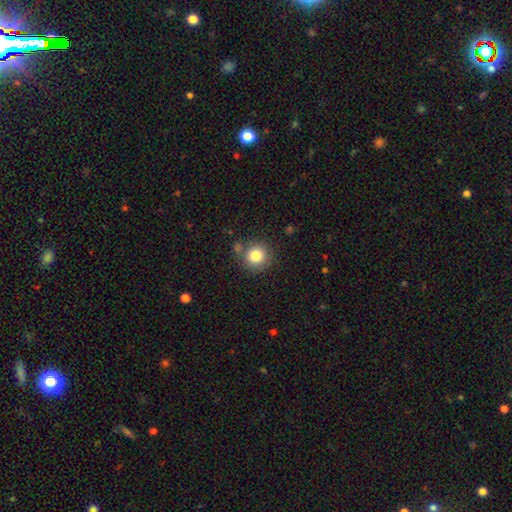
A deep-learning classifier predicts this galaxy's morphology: Smooth or featured? Predicted: smooth (p=0.81). How rounded? Predicted: round (p=0.92). Merging? Predicted: none (p=0.78).